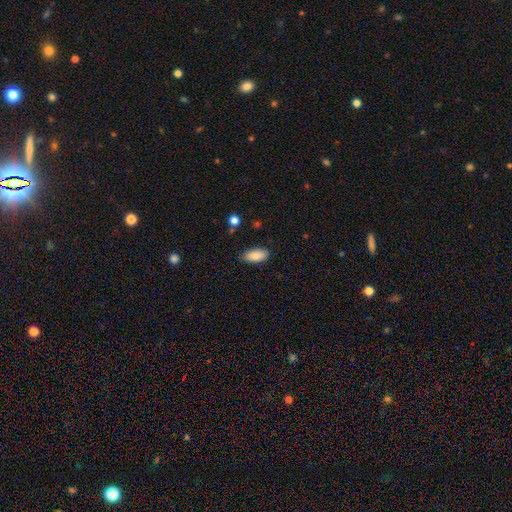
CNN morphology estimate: type=smooth (87%); roundness=in between (89%); merging=none (85%).